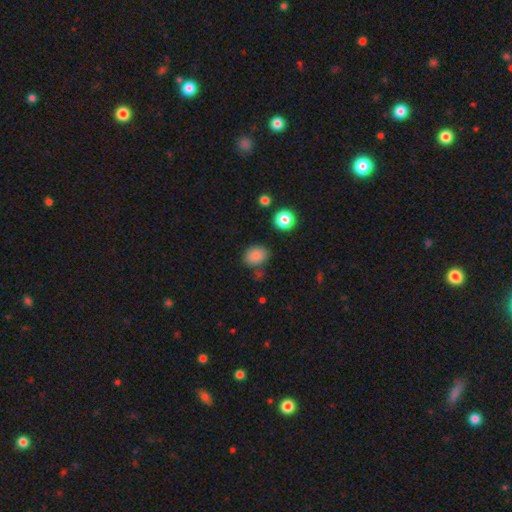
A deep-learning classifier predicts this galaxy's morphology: Smooth or featured? smooth (84%)
How rounded? in between (57%)
Merging? none (72%)